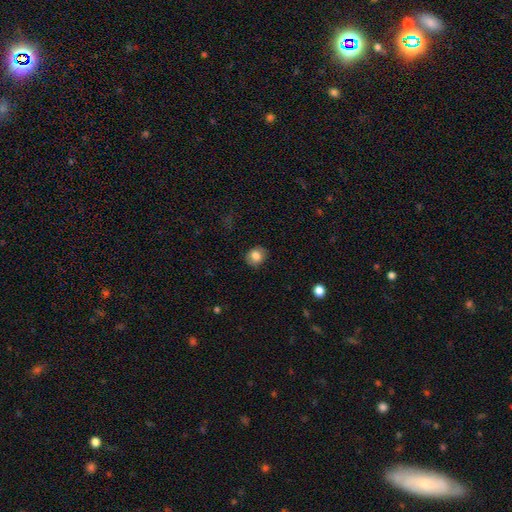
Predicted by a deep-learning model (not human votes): This appears to be a smooth galaxy with no disk features (80%) that is round (67%). Merging: none (83%).